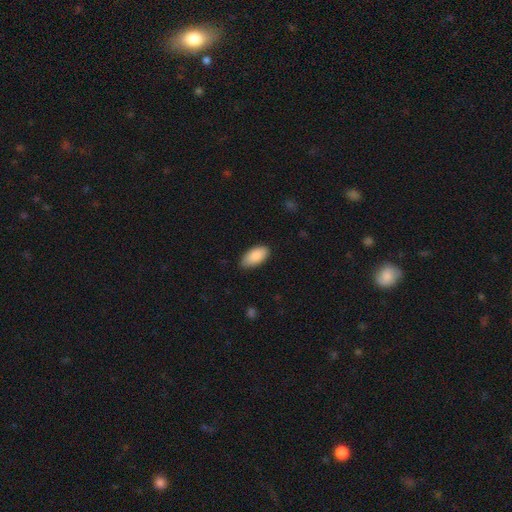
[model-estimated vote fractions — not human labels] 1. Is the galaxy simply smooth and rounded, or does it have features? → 89% smooth, 6% star or artifact, 6% featured or disk.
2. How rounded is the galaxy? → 94% in between, 4% cigar-shaped, 2% round.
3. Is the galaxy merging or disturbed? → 81% none, 16% minor disturbance, 2% major disturbance, 1% merger.